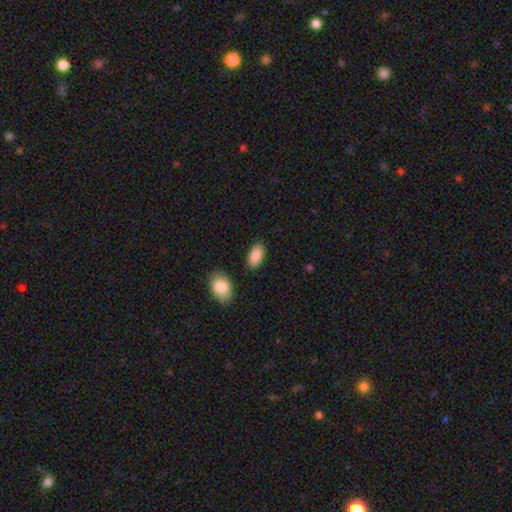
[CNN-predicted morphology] Smooth or featured: smooth — 89% (star or artifact — 6%)
How rounded: in between — 94% (cigar-shaped — 3%)
Merging: none — 83% (minor disturbance — 11%)